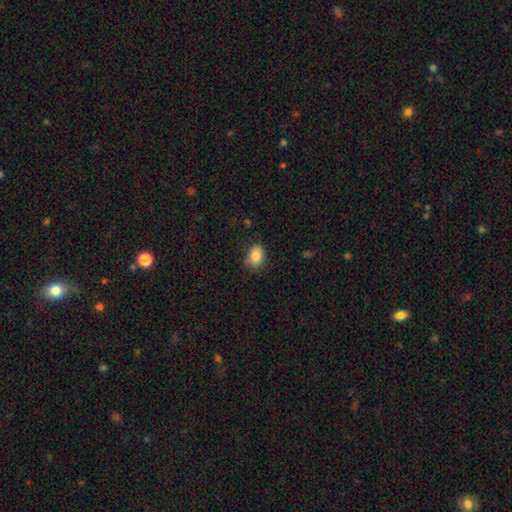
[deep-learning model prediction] The model was most divided on "how rounded": in between: 74%, round: 25%, cigar-shaped: 1%. More confident: smooth or featured — smooth (85%); merging — none (75%).